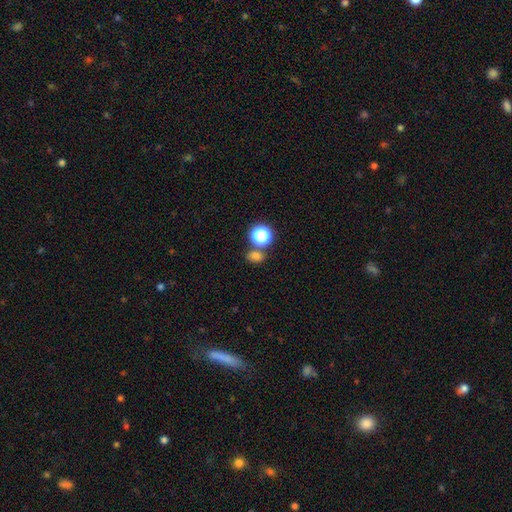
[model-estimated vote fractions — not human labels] A smooth galaxy with no disk features (72%) that is in between round and cigar-shaped (51%).

Vote fractions:
- Smooth or featured? smooth: 72% / star or artifact: 21% / featured or disk: 7%
- How rounded? in between: 51% / round: 47% / cigar-shaped: 2%
- Merging? none: 69% / merger: 17% / minor disturbance: 10% / major disturbance: 4%